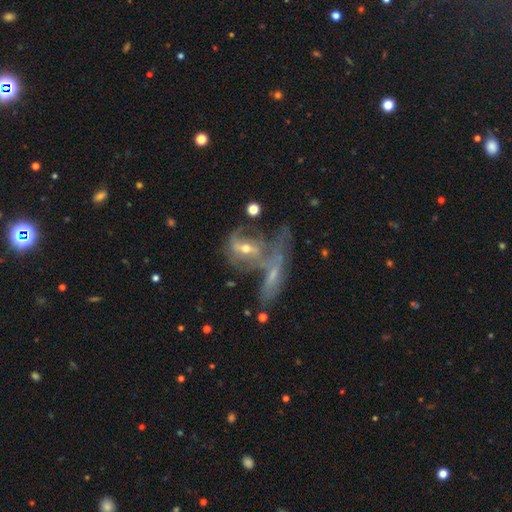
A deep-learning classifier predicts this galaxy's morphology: Smooth or featured?
  - featured or disk: 44% *
  - smooth: 29%
  - star or artifact: 27%
Merging?
  - merger: 47% *
  - none: 27%
  - major disturbance: 14%
  - minor disturbance: 11%